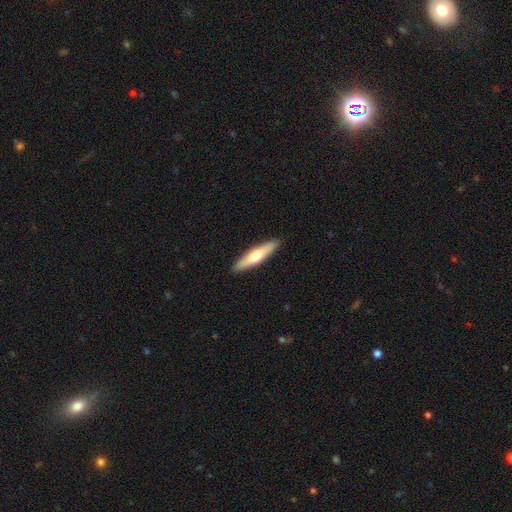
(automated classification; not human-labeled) Morphology: type=smooth (55%); roundness=cigar-shaped (82%); merging=none (91%).